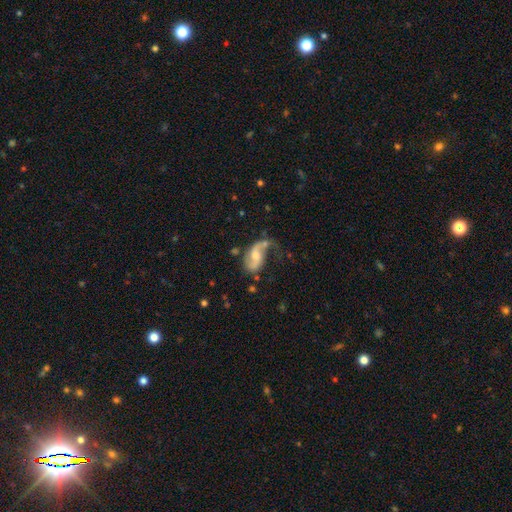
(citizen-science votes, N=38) This appears to be a featured or disk galaxy (79%) with no bar (59%), 2 (97%) loose (79%) spiral arms (100%) and a moderate central bulge (69%). Merging: major disturbance (61%).